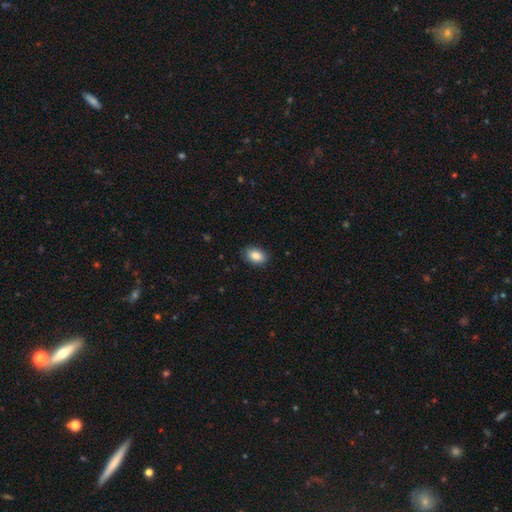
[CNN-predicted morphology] smooth_or_featured: smooth (p=0.87) [alt: star or artifact p=0.08]
how_rounded: in between (p=0.86) [alt: round p=0.12]
merging: none (p=0.88) [alt: minor disturbance p=0.09]